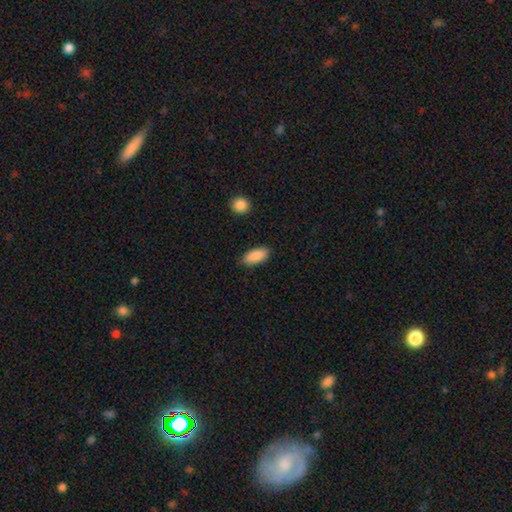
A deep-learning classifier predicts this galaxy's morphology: Smooth or featured: smooth — 89% (star or artifact — 6%)
How rounded: in between — 86% (cigar-shaped — 12%)
Merging: none — 87% (minor disturbance — 10%)